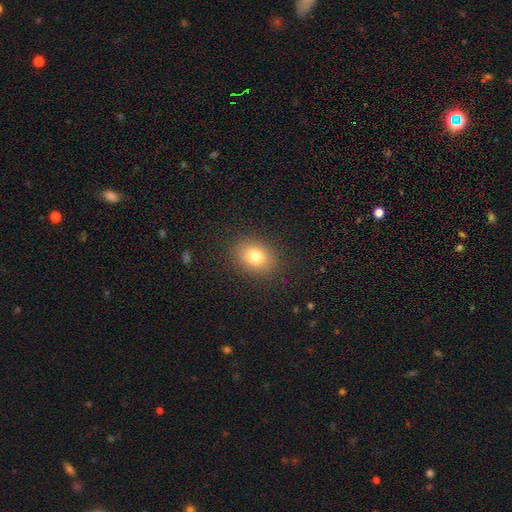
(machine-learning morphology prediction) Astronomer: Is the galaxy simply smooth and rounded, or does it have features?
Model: smooth — 79%.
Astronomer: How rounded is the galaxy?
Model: in between — 60% (runner-up: round, 39%).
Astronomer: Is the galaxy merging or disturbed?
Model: none — 89%.